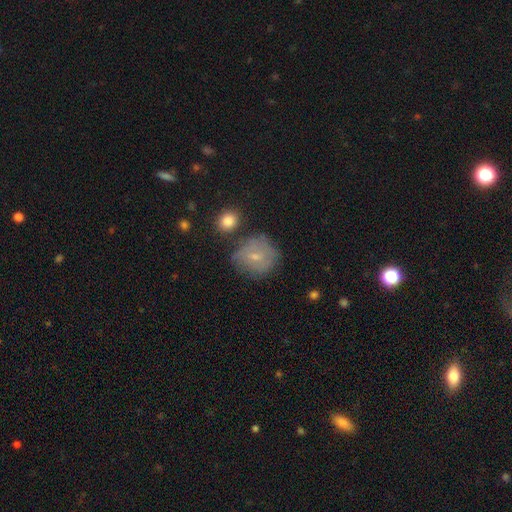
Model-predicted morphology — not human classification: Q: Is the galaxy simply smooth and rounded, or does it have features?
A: smooth — 54%.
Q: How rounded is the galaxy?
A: round — 84%.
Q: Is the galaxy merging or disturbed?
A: none — 65%.